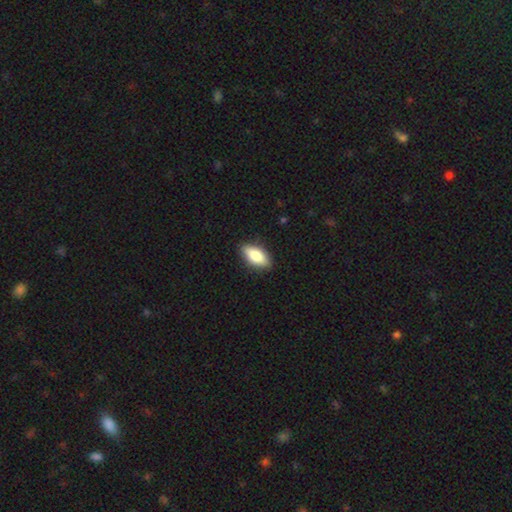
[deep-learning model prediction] Overall: smooth (83%). How rounded: in between (86%). Merging: none (87%).